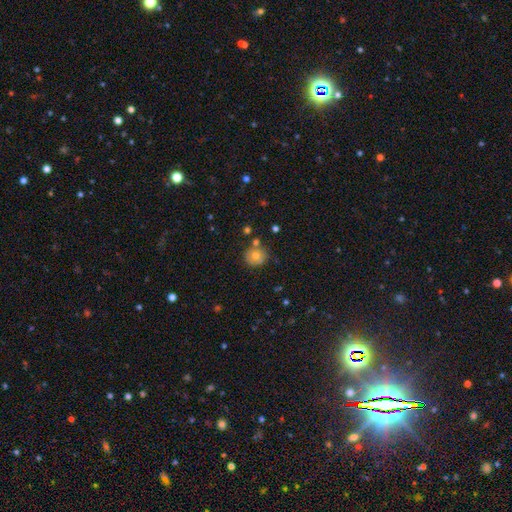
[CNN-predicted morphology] Smooth or featured?
  - smooth: 73% *
  - featured or disk: 16%
  - star or artifact: 11%
How rounded?
  - round: 85% *
  - in between: 14%
  - cigar-shaped: 1%
Merging?
  - none: 72% *
  - minor disturbance: 13%
  - merger: 11%
  - major disturbance: 3%